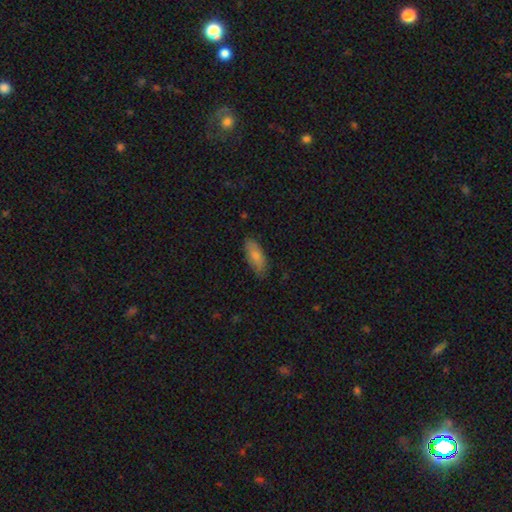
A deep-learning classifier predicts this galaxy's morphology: Smooth or featured? Predicted: smooth (p=0.80). How rounded? Predicted: in between (p=0.85). Merging? Predicted: none (p=0.78).